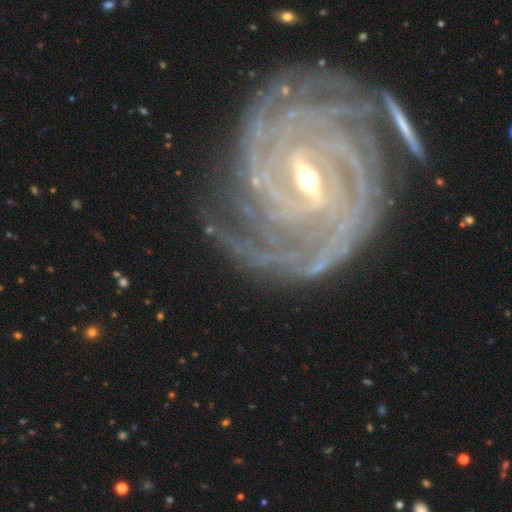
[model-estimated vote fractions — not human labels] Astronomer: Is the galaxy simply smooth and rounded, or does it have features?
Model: featured or disk — 92%.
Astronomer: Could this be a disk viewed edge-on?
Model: no — 97%.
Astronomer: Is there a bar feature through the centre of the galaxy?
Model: strong — 51% (runner-up: weak, 39%).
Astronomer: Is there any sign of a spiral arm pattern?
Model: yes — 98%.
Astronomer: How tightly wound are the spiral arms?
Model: tight — 80%.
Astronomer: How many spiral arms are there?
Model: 4 — 27% (runner-up: more than 4, 19%).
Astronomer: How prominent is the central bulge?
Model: small — 50% (runner-up: moderate, 46%).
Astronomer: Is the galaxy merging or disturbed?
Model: none — 74%.